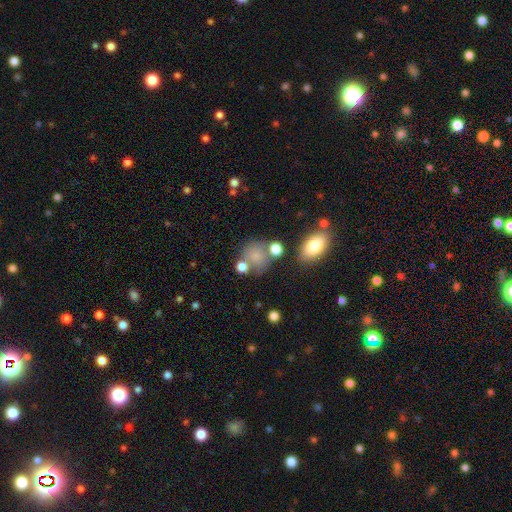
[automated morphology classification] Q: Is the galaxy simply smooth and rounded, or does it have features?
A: smooth — 76%.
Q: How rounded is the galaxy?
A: round — 77%.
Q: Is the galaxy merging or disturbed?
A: none — 56%.